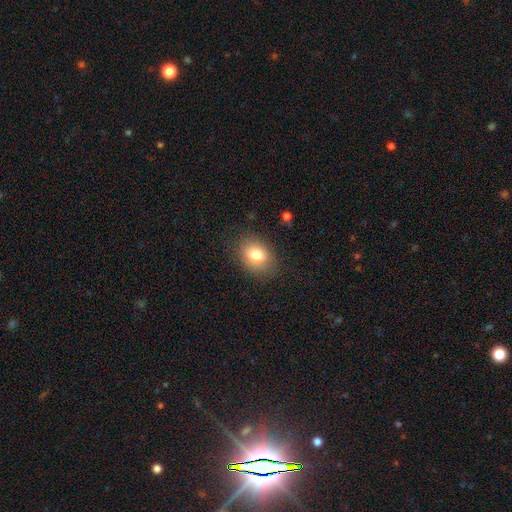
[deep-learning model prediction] Smooth or featured?
  - smooth: 79% *
  - featured or disk: 12%
  - star or artifact: 9%
How rounded?
  - in between: 71% *
  - round: 28%
  - cigar-shaped: 1%
Merging?
  - none: 82% *
  - minor disturbance: 13%
  - major disturbance: 4%
  - merger: 1%